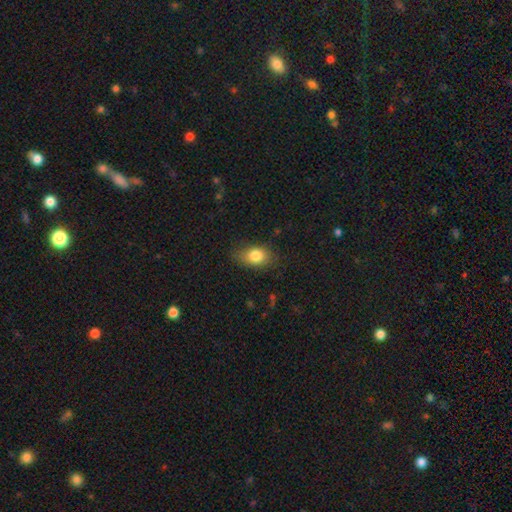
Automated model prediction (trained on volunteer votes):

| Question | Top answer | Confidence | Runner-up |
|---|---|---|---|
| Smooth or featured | smooth | 81% | featured or disk (10%) |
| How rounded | in between | 79% | round (18%) |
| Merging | none | 75% | minor disturbance (19%) |